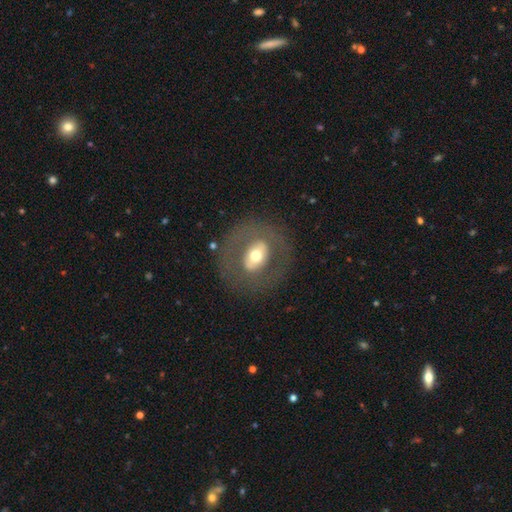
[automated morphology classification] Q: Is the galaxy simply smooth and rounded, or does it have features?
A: featured or disk — 55%.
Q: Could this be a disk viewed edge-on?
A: no — 91%.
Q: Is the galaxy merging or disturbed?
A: none — 77%.